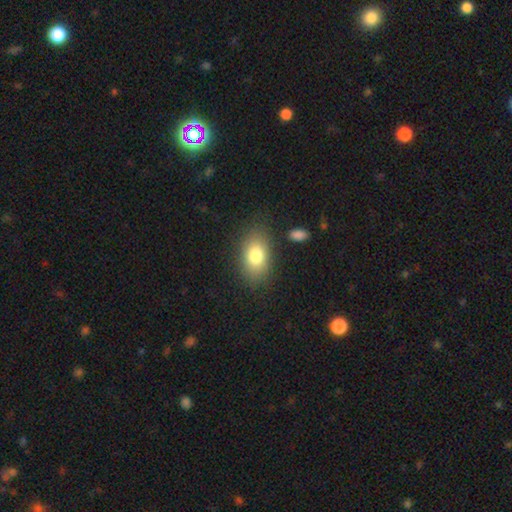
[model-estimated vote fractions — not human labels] smooth_or_featured: smooth (p=0.79) [alt: featured or disk p=0.12]
how_rounded: in between (p=0.86) [alt: round p=0.12]
merging: none (p=0.81) [alt: minor disturbance p=0.12]